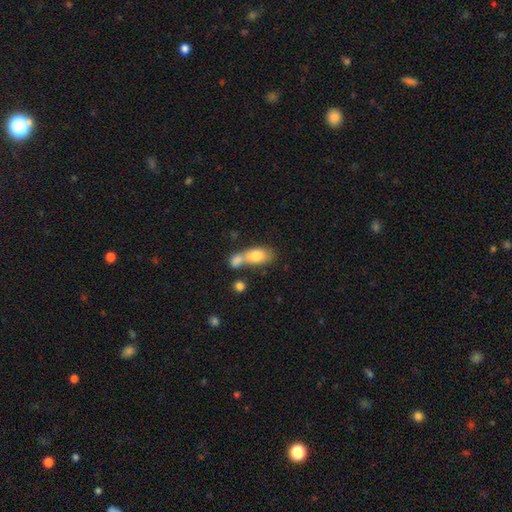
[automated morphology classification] A smooth galaxy with no disk features (77%) that is in between round and cigar-shaped (84%).

Vote fractions:
- Smooth or featured? smooth: 77% / featured or disk: 15% / star or artifact: 8%
- How rounded? in between: 84% / round: 10% / cigar-shaped: 6%
- Merging? merger: 56% / none: 28% / minor disturbance: 10% / major disturbance: 5%